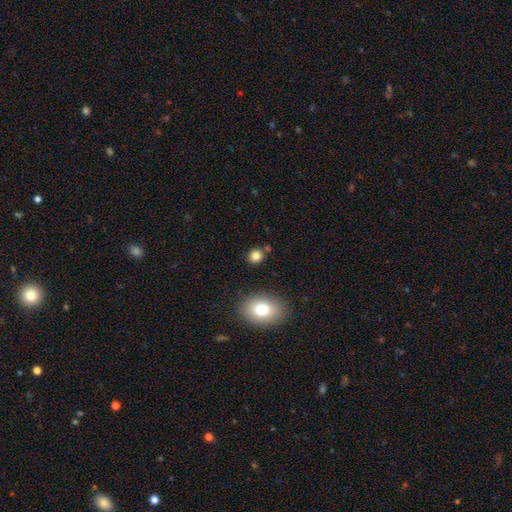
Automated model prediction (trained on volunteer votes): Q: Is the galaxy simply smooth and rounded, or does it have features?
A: smooth — 80%.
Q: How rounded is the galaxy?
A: round — 81%.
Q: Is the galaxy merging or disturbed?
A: none — 81%.